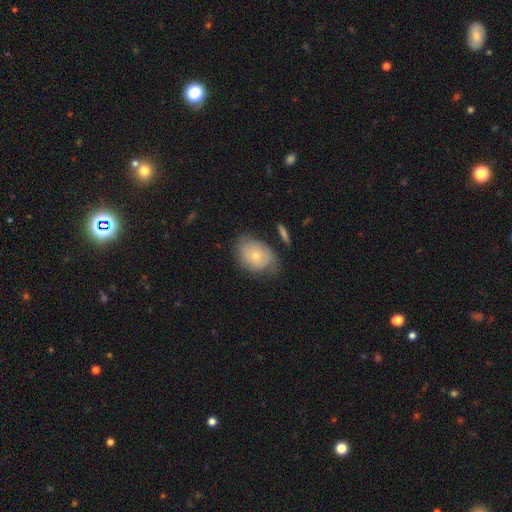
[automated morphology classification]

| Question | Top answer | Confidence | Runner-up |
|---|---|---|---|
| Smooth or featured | smooth | 61% | featured or disk (32%) |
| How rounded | in between | 68% | round (31%) |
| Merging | none | 56% | minor disturbance (30%) |